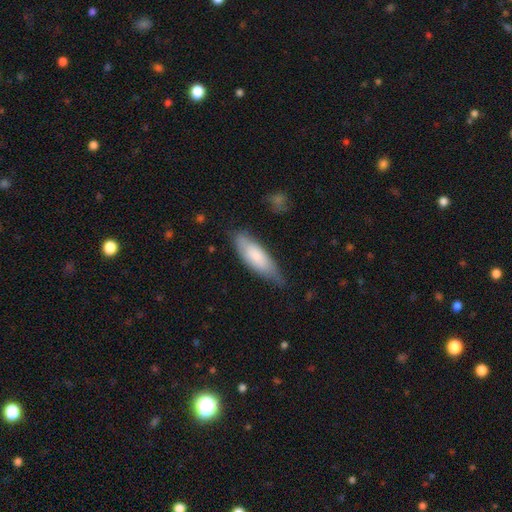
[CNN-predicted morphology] Smooth or featured? Predicted: smooth (p=0.74). How rounded? Predicted: in between (p=0.55). Merging? Predicted: none (p=0.67).